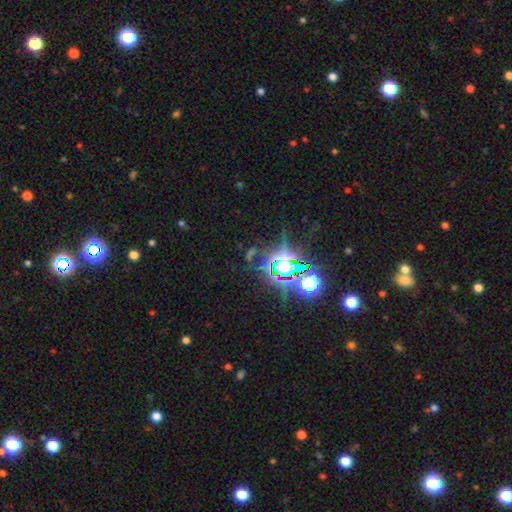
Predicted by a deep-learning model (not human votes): A star or artifact, not a galaxy (82%).

Vote fractions:
- Smooth or featured? star or artifact: 82% / smooth: 10% / featured or disk: 8%